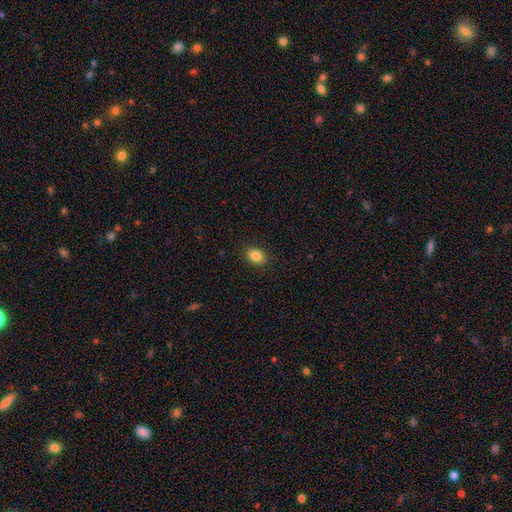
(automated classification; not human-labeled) The model was most divided on "how rounded": in between: 71%, round: 28%, cigar-shaped: 1%. More confident: merging — none (89%); smooth or featured — smooth (86%).